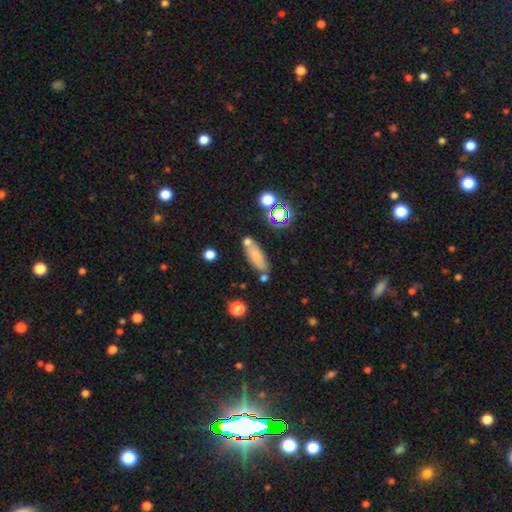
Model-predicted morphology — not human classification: Q: Smooth or featured?
A: smooth (73%); runner-up: featured or disk (15%)
Q: How rounded?
A: in between (59%); runner-up: cigar-shaped (38%)
Q: Merging?
A: none (63%); runner-up: minor disturbance (16%)